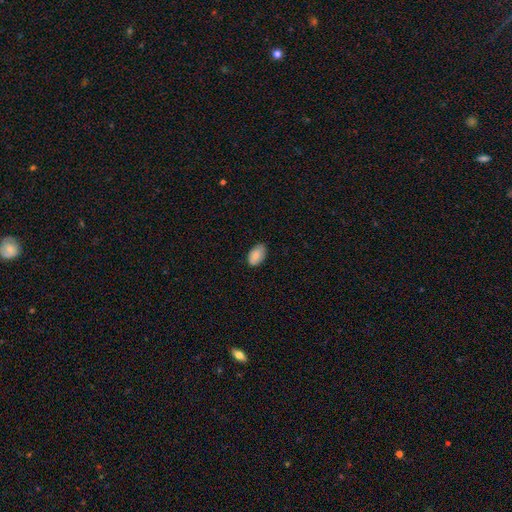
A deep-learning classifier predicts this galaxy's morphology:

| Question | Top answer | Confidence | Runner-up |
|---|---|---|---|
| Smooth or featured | smooth | 81% | featured or disk (12%) |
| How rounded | in between | 91% | round (8%) |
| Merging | none | 78% | minor disturbance (19%) |